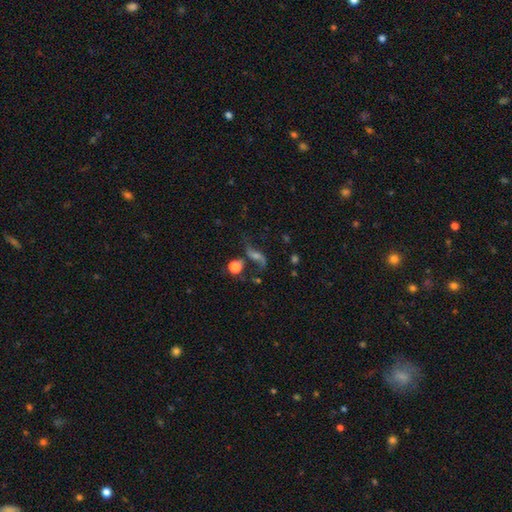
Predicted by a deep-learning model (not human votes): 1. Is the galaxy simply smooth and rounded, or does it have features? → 66% featured or disk, 17% star or artifact, 17% smooth.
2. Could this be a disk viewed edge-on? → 90% no, 10% yes.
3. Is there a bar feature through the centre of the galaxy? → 52% no, 33% weak, 16% strong.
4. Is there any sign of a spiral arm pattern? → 90% yes, 10% no.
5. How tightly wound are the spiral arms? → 86% loose, 10% medium, 3% tight.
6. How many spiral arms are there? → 86% 2, 9% 1, 3% can't tell, 1% 3, 1% 4, 1% more than 4.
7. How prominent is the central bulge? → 40% small, 37% moderate, 12% none, 8% large, 3% dominant.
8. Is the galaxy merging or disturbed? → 55% none, 18% major disturbance, 15% minor disturbance, 12% merger.